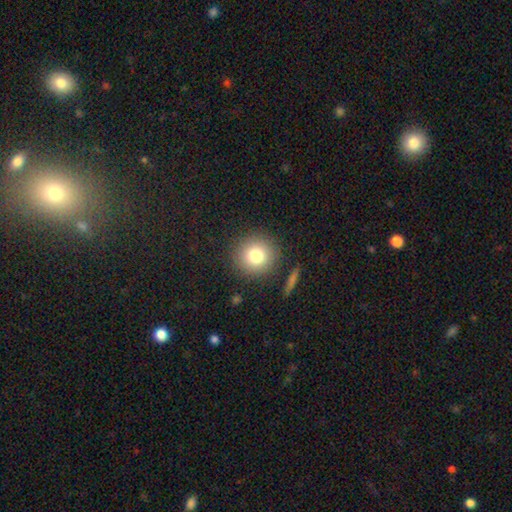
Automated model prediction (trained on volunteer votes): This is likely a smooth galaxy (78%). How rounded: clearly round (93%). Merging: clearly none (88%).